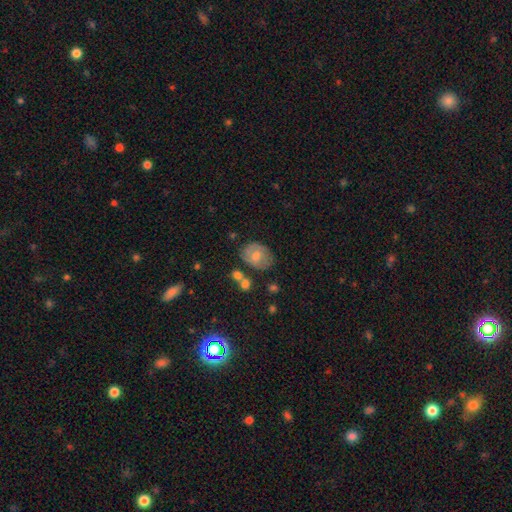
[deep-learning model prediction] Smooth or featured? smooth (58%)
How rounded? in between (62%)
Merging? none (62%)